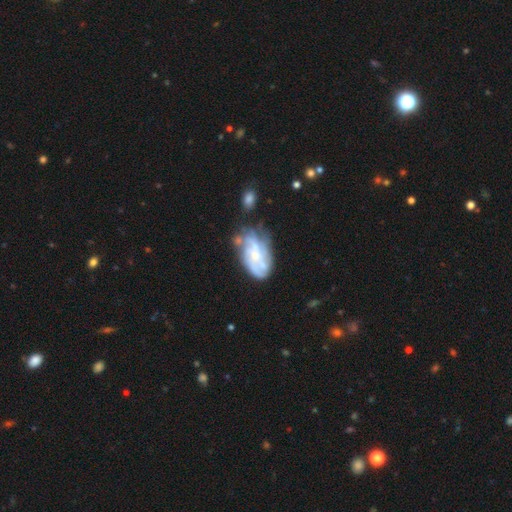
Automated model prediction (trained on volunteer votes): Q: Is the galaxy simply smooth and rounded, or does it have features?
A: featured or disk — 73%.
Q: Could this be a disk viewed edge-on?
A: no — 97%.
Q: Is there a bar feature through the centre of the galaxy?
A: no — 74%.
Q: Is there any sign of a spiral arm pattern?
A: yes — 77%.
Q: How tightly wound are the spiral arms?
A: tight — 46%.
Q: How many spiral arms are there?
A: can't tell — 44%.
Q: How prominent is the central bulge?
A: small — 61%.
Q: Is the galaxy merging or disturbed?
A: none — 46%.